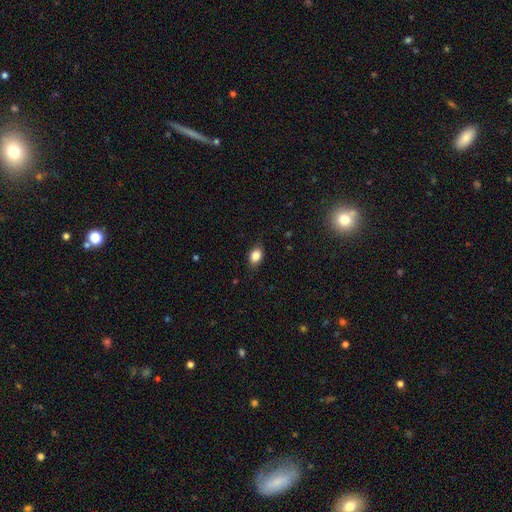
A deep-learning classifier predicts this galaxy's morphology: Smooth or featured? smooth (85%)
How rounded? in between (81%)
Merging? none (83%)